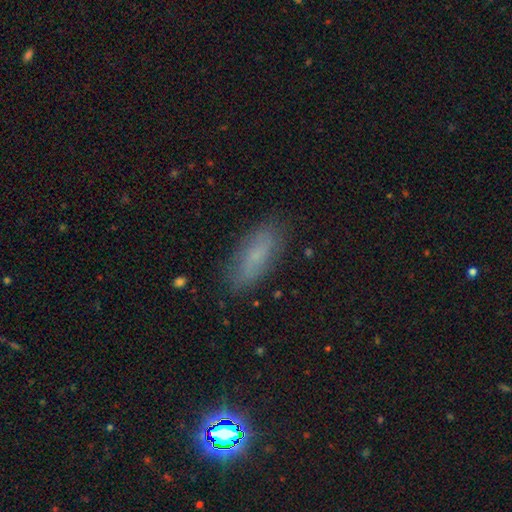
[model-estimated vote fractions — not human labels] Q: Smooth or featured?
A: smooth (68%); runner-up: featured or disk (21%)
Q: How rounded?
A: in between (70%); runner-up: cigar-shaped (27%)
Q: Merging?
A: none (83%); runner-up: minor disturbance (13%)